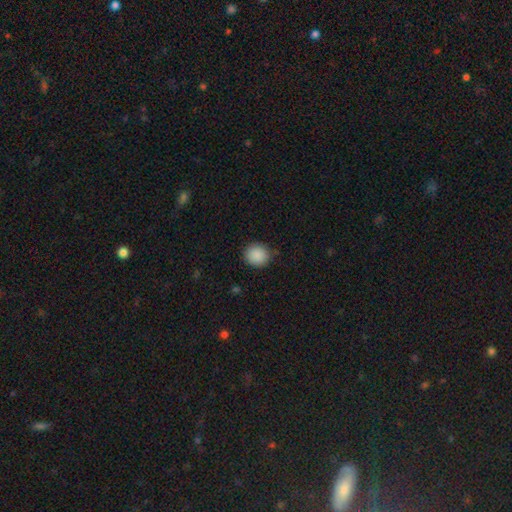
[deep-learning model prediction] smooth-or-featured: smooth: 89% | star or artifact: 8% | featured or disk: 3%
  how-rounded: round: 89% | in between: 10% | cigar-shaped: 1%
  merging: none: 88% | minor disturbance: 9% | major disturbance: 2% | merger: 1%